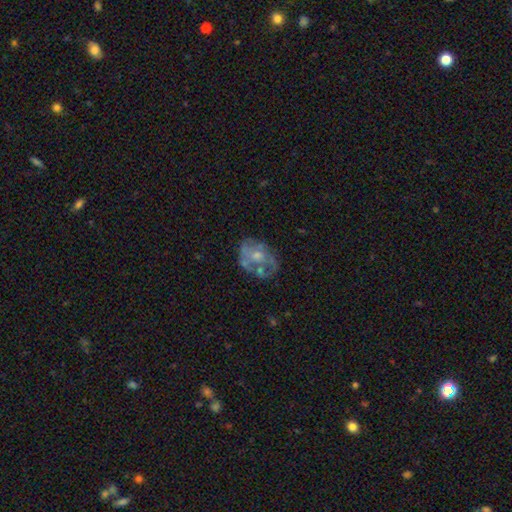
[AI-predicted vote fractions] Smooth or featured?
  - featured or disk: 64% *
  - smooth: 28%
  - star or artifact: 8%
Edge-on disk?
  - no: 97% *
  - yes: 3%
Bar?
  - no: 85% *
  - weak: 13%
  - strong: 3%
Spiral arms?
  - no: 68% *
  - yes: 32%
Bulge size?
  - moderate: 48% *
  - small: 40%
  - none: 8%
  - large: 3%
  - dominant: 1%
Merging?
  - none: 49% *
  - minor disturbance: 24%
  - major disturbance: 20%
  - merger: 8%